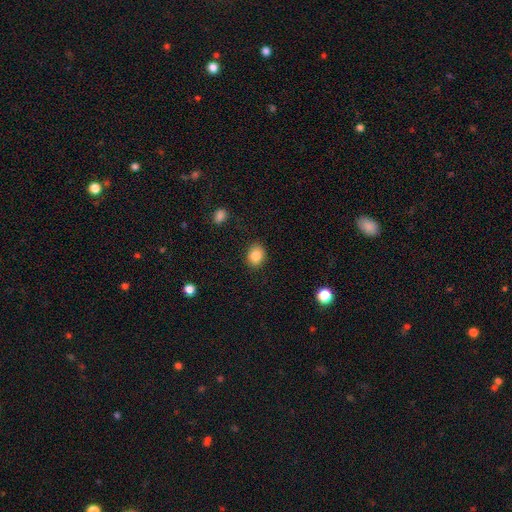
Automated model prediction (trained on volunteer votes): Morphology: type=smooth (85%); roundness=round (53%); merging=none (88%).